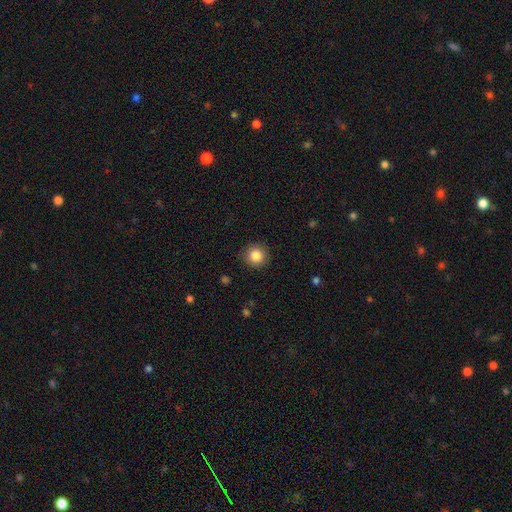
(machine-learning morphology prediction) This is clearly a smooth galaxy (85%). How rounded: clearly round (94%). Merging: clearly none (90%).